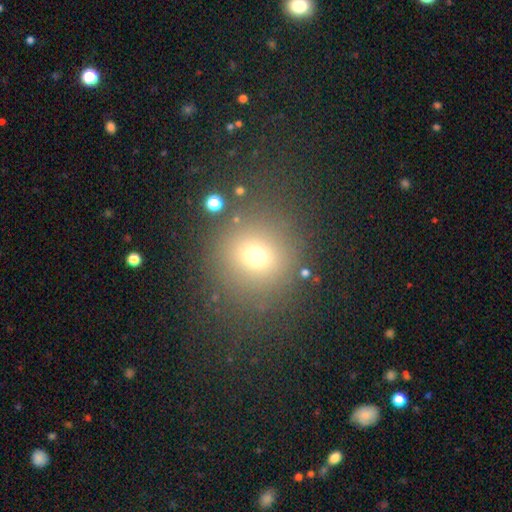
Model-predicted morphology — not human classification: Overall: smooth (69%). How rounded: round (88%). Merging: none (81%).